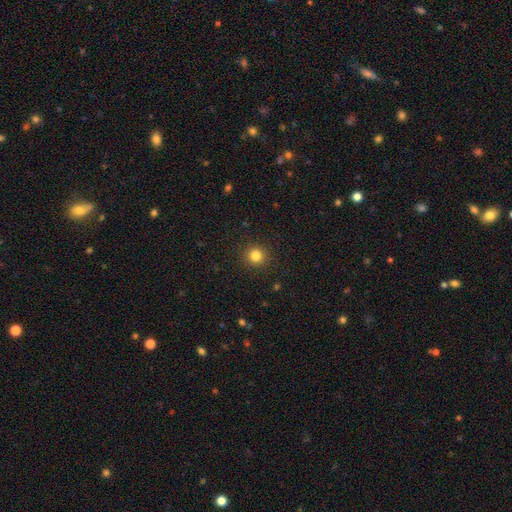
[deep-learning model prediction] The model was most divided on "smooth or featured": smooth: 83%, star or artifact: 13%, featured or disk: 5%. More confident: how rounded — round (93%); merging — none (92%).